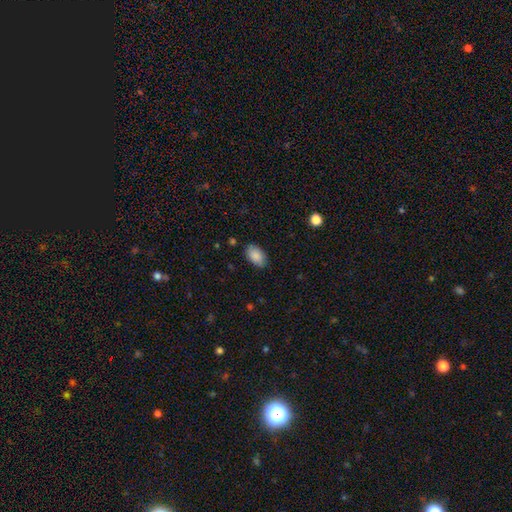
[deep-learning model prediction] This is clearly a smooth galaxy (88%). How rounded: clearly in between (93%). Merging: clearly none (82%).